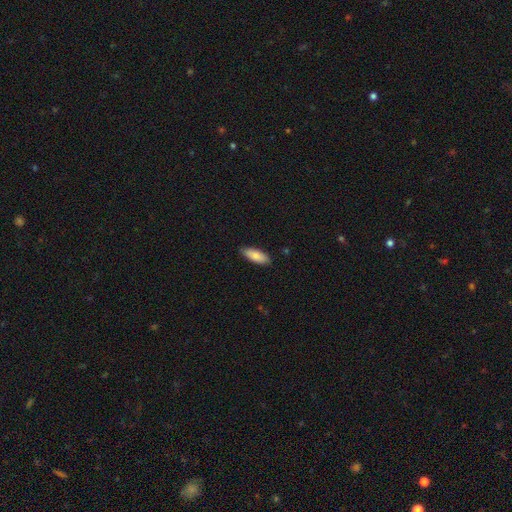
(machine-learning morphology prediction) This is clearly a smooth galaxy (85%). How rounded: likely in between (75%). Merging: clearly none (87%).